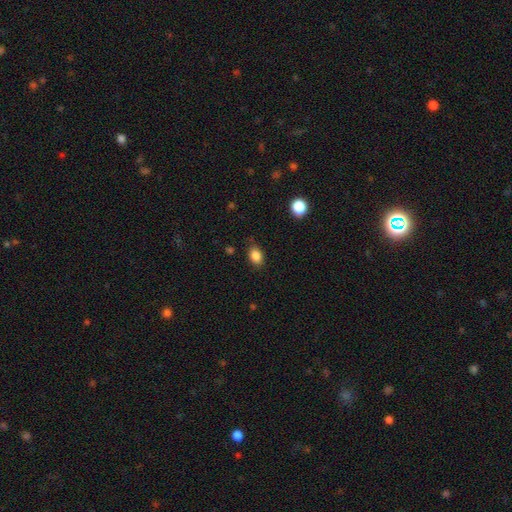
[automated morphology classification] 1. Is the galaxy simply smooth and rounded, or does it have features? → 86% smooth, 10% star or artifact, 4% featured or disk.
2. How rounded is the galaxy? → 74% in between, 25% round, 1% cigar-shaped.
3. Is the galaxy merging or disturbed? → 81% none, 14% minor disturbance, 3% major disturbance, 1% merger.